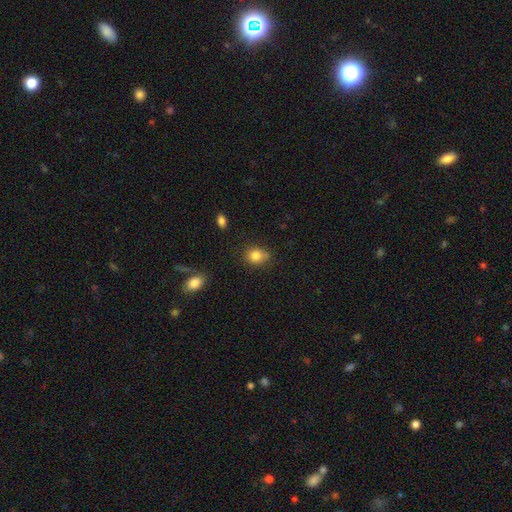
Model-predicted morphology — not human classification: Q: Smooth or featured?
A: smooth (83%); runner-up: star or artifact (11%)
Q: How rounded?
A: round (64%); runner-up: in between (35%)
Q: Merging?
A: none (67%); runner-up: minor disturbance (23%)